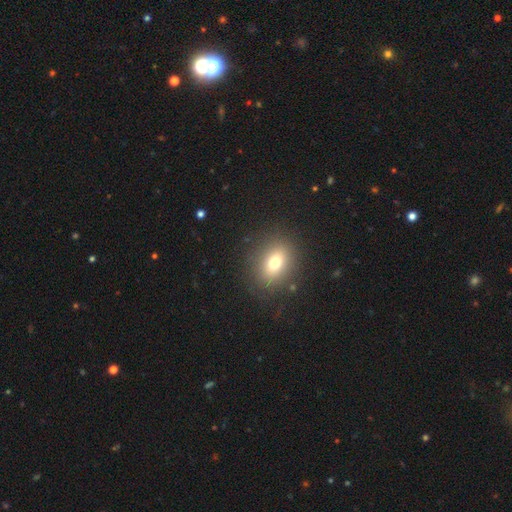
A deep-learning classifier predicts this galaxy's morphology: Q: Smooth or featured?
A: smooth (65%); runner-up: star or artifact (23%)
Q: How rounded?
A: in between (51%); runner-up: round (47%)
Q: Merging?
A: none (90%); runner-up: minor disturbance (6%)